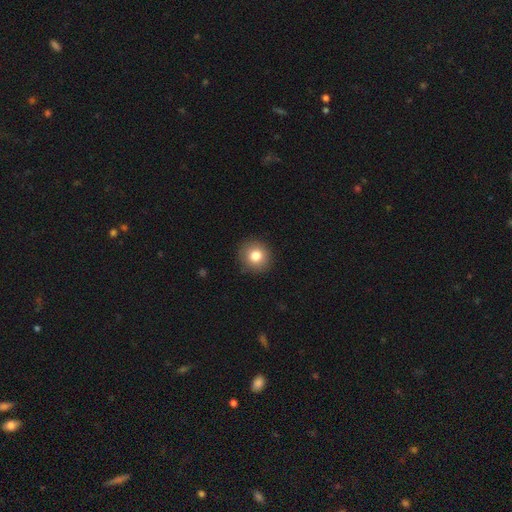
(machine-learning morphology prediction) Smooth or featured?
  - smooth: 80% *
  - star or artifact: 10%
  - featured or disk: 9%
How rounded?
  - round: 90% *
  - in between: 9%
  - cigar-shaped: 1%
Merging?
  - none: 90% *
  - minor disturbance: 7%
  - major disturbance: 2%
  - merger: 1%